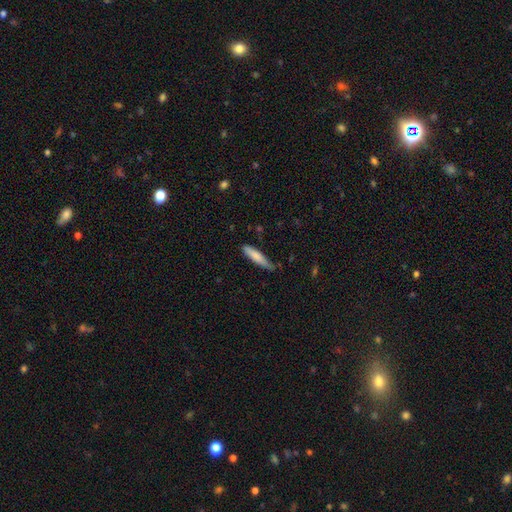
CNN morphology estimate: Smooth or featured: smooth — 79% (featured or disk — 15%)
How rounded: cigar-shaped — 83% (in between — 16%)
Merging: none — 64% (minor disturbance — 29%)